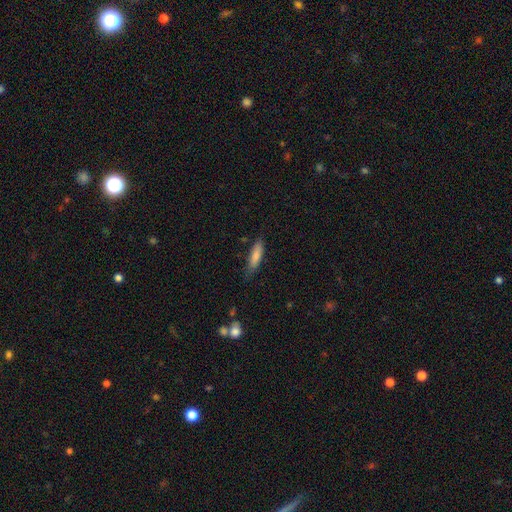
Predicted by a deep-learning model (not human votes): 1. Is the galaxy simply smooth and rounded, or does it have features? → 82% smooth, 12% featured or disk, 6% star or artifact.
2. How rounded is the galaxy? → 64% cigar-shaped, 35% in between, 2% round.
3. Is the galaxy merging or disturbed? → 77% none, 18% minor disturbance, 3% major disturbance, 2% merger.